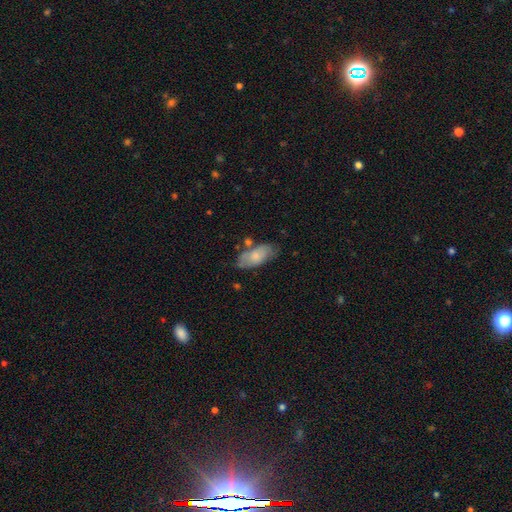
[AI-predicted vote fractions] Smooth or featured: smooth — 71% (featured or disk — 22%)
How rounded: in between — 88% (cigar-shaped — 10%)
Merging: none — 62% (minor disturbance — 23%)